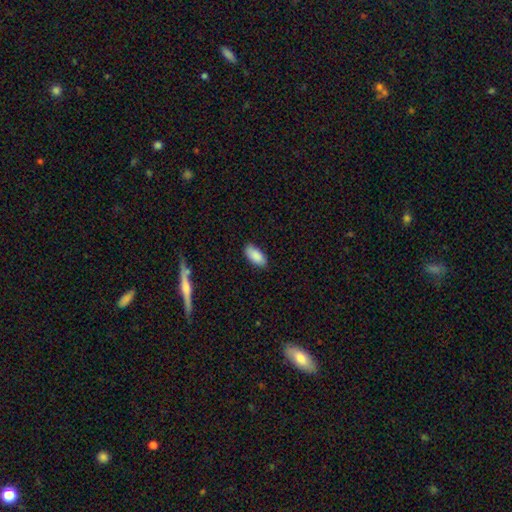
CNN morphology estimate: smooth_or_featured: smooth (p=0.89) [alt: star or artifact p=0.06]
how_rounded: in between (p=0.92) [alt: cigar-shaped p=0.06]
merging: none (p=0.85) [alt: minor disturbance p=0.12]